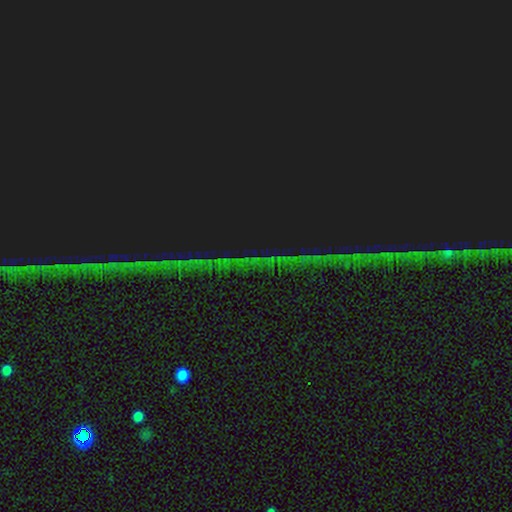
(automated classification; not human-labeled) The model was most divided on "smooth or featured": star or artifact: 86%, featured or disk: 7%, smooth: 7%.